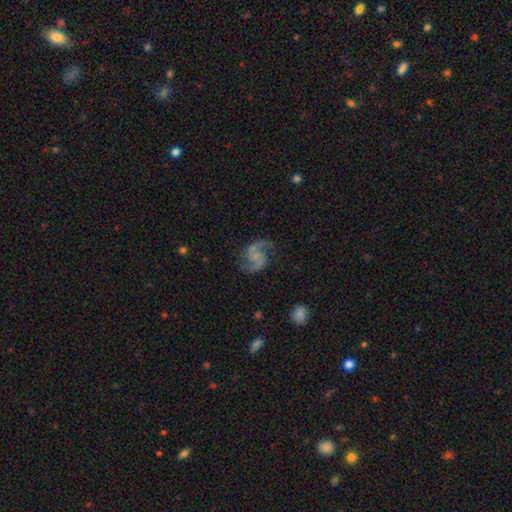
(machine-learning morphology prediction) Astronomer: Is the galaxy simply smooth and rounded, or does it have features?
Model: featured or disk — 90%.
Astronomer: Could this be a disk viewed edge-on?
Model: no — 98%.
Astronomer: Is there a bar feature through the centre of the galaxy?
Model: no — 60%.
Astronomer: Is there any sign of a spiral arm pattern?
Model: yes — 98%.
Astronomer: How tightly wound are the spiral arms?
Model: medium — 54% (runner-up: loose, 34%).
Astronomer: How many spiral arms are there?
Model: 2 — 94%.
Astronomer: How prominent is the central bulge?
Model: none — 49% (runner-up: small, 35%).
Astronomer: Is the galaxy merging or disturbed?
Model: none — 78%.